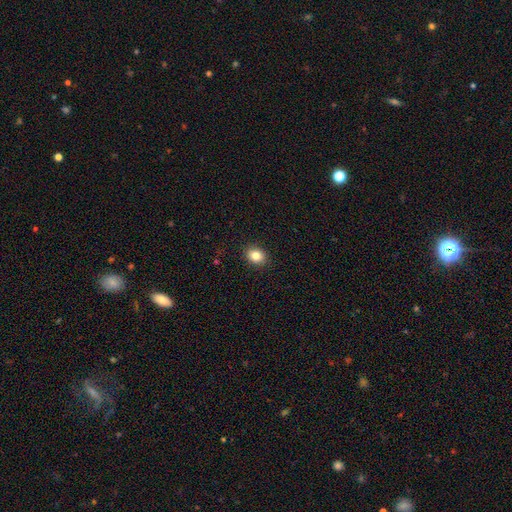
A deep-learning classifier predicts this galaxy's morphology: Smooth or featured? smooth (83%)
How rounded? round (51%)
Merging? none (90%)